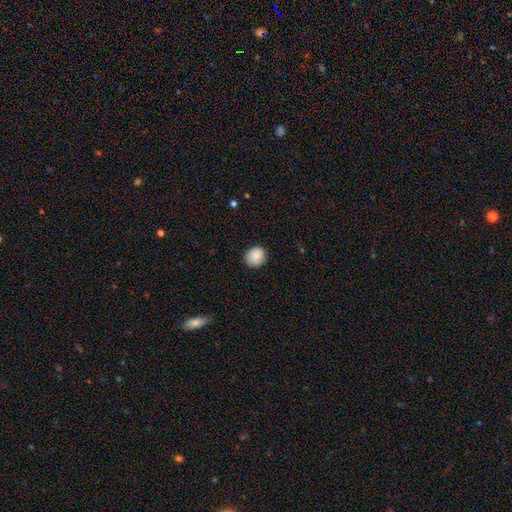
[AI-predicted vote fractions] Smooth or featured: smooth — 83% (featured or disk — 9%)
How rounded: round — 80% (in between — 19%)
Merging: none — 82% (minor disturbance — 14%)